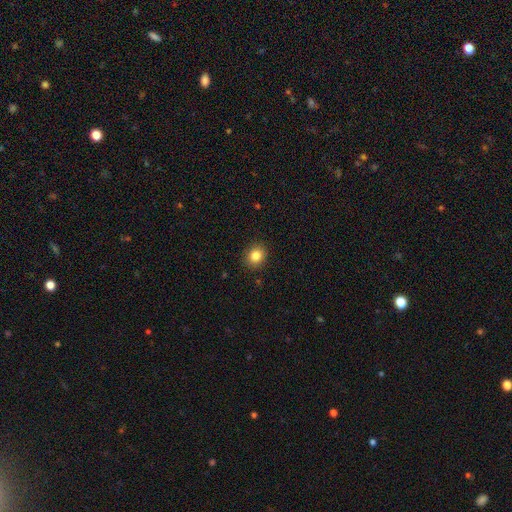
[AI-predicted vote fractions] Q: Smooth or featured?
A: smooth (84%); runner-up: star or artifact (11%)
Q: How rounded?
A: round (73%); runner-up: in between (26%)
Q: Merging?
A: none (90%); runner-up: minor disturbance (7%)